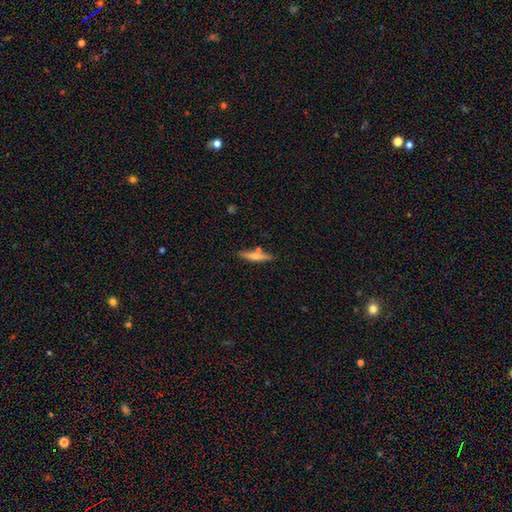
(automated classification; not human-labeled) Smooth or featured? smooth (65%)
How rounded? cigar-shaped (89%)
Merging? none (78%)